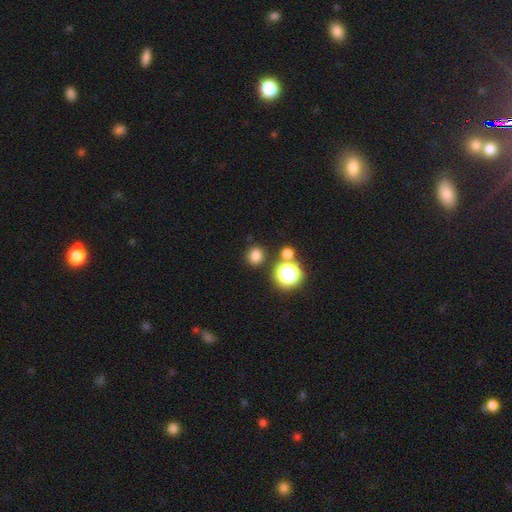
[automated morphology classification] Overall: smooth (76%). How rounded: round (83%). Merging: none (84%).